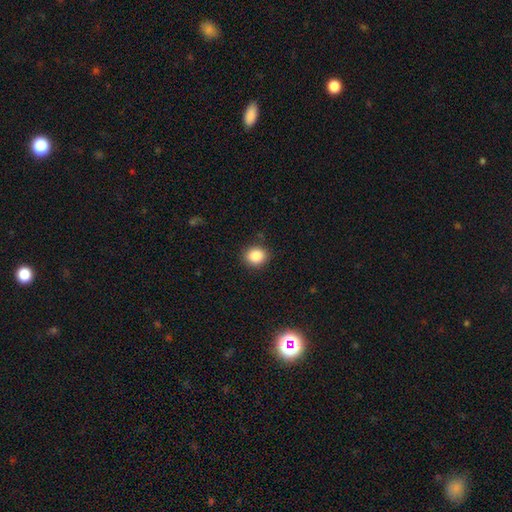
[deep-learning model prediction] A smooth galaxy with no disk features (86%) that is round (77%). Merging: none (88%).